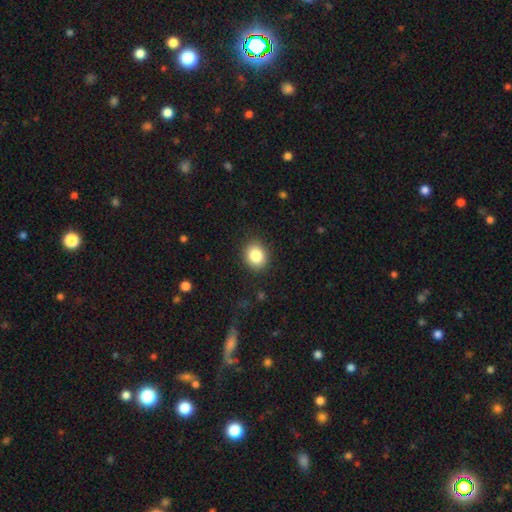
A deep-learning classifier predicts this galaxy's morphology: A smooth galaxy with no disk features (85%) that is round (58%). Merging: none (89%).